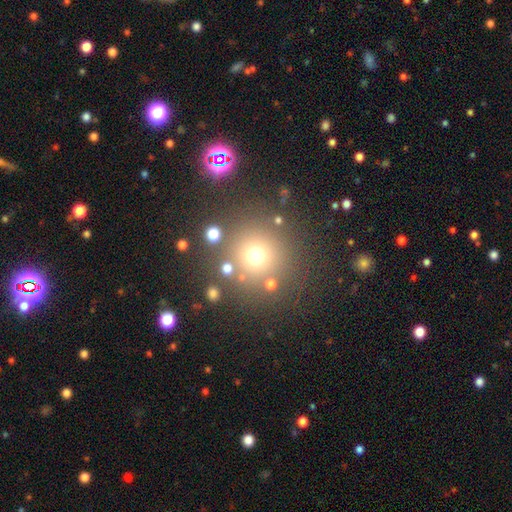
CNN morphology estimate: smooth_or_featured: smooth (p=0.69) [alt: star or artifact p=0.22]
how_rounded: round (p=0.94) [alt: in between p=0.05]
merging: none (p=0.80) [alt: minor disturbance p=0.09]